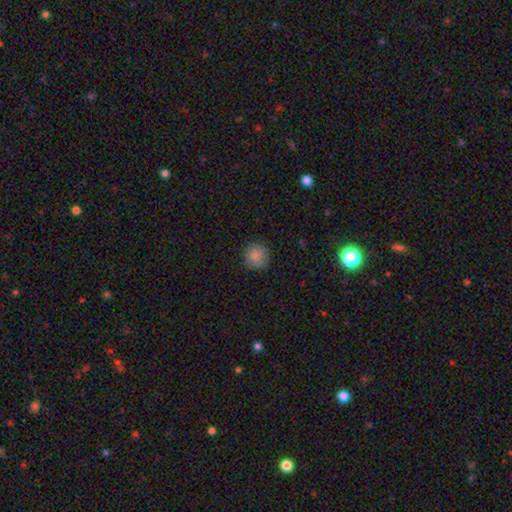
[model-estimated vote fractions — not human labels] Smooth or featured?
  - smooth: 85% *
  - star or artifact: 8%
  - featured or disk: 7%
How rounded?
  - round: 93% *
  - in between: 6%
  - cigar-shaped: 1%
Merging?
  - none: 85% *
  - minor disturbance: 11%
  - major disturbance: 3%
  - merger: 1%